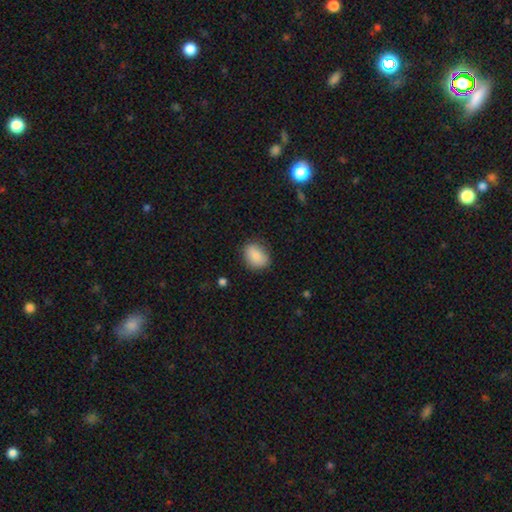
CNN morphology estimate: Q: Smooth or featured?
A: smooth (88%); runner-up: star or artifact (7%)
Q: How rounded?
A: in between (66%); runner-up: round (33%)
Q: Merging?
A: none (80%); runner-up: minor disturbance (15%)